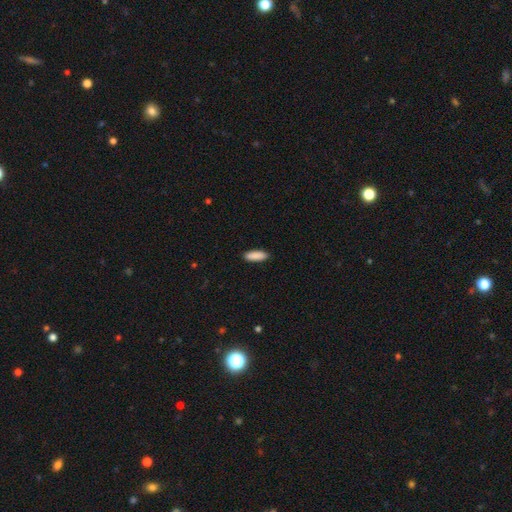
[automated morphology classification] Smooth or featured: smooth — 90% (star or artifact — 6%)
How rounded: in between — 60% (cigar-shaped — 39%)
Merging: none — 90% (minor disturbance — 8%)